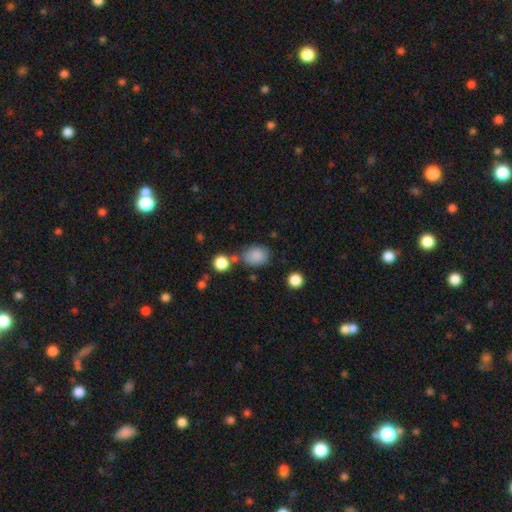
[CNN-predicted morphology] smooth 84%, star or artifact 10%, featured or disk 6%. Down the decision tree: how rounded — in between (51%); merging — none (65%).